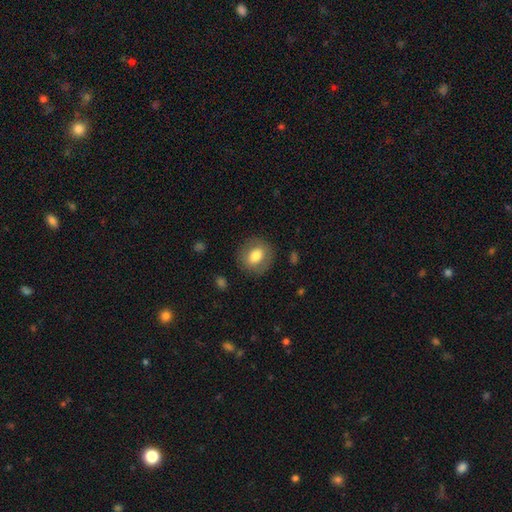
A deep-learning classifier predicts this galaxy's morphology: Smooth or featured?
  - smooth: 70% *
  - featured or disk: 22%
  - star or artifact: 8%
How rounded?
  - round: 71% *
  - in between: 28%
  - cigar-shaped: 1%
Merging?
  - none: 84% *
  - minor disturbance: 11%
  - major disturbance: 5%
  - merger: 1%